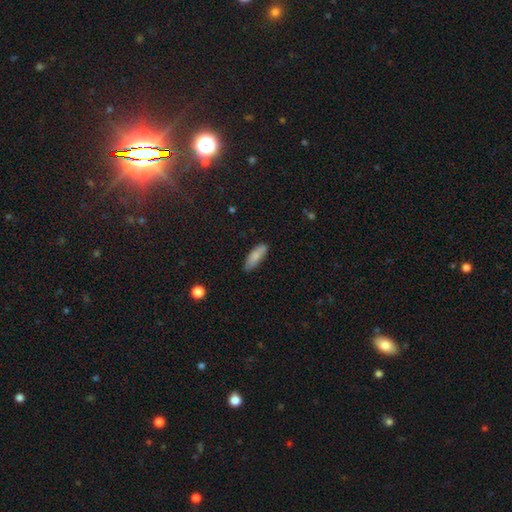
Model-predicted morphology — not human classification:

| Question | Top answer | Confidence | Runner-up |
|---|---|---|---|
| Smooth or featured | smooth | 83% | featured or disk (11%) |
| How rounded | in between | 61% | cigar-shaped (37%) |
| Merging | none | 79% | minor disturbance (17%) |